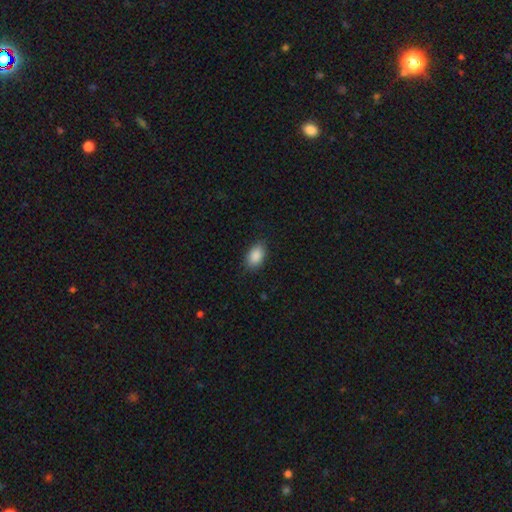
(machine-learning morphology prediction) smooth 89%, star or artifact 7%, featured or disk 4%. Down the decision tree: how rounded — in between (90%); merging — none (85%).